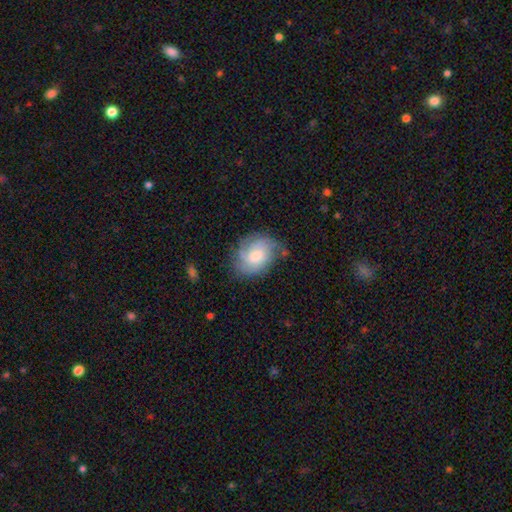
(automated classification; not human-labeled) featured or disk 58%, smooth 35%, star or artifact 7%. Down the decision tree: edge-on disk — no (97%); bar — no (69%); spiral arms — yes (87%); bulge size — moderate (49%); merging — none (60%).